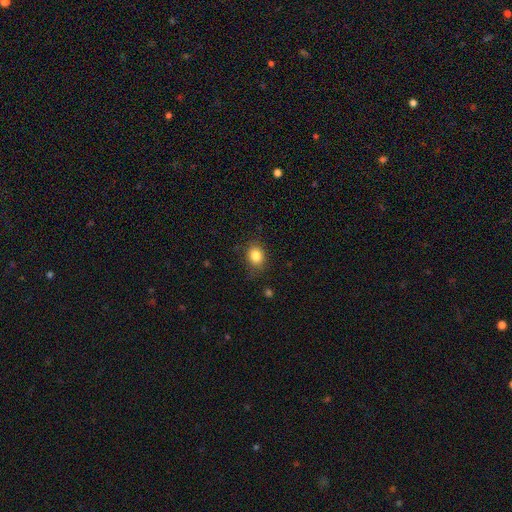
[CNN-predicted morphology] Overall: smooth (84%). How rounded: round (51%; in between 48%). Merging: none (78%).